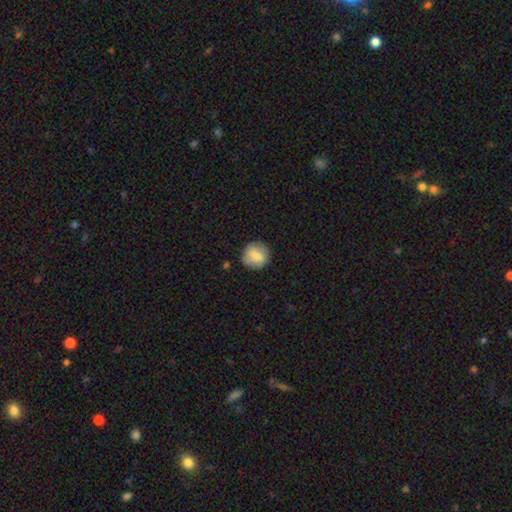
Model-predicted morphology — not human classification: smooth-or-featured: smooth: 78% | featured or disk: 15% | star or artifact: 7%
  how-rounded: round: 89% | in between: 10% | cigar-shaped: 1%
  merging: none: 83% | minor disturbance: 12% | major disturbance: 3% | merger: 1%